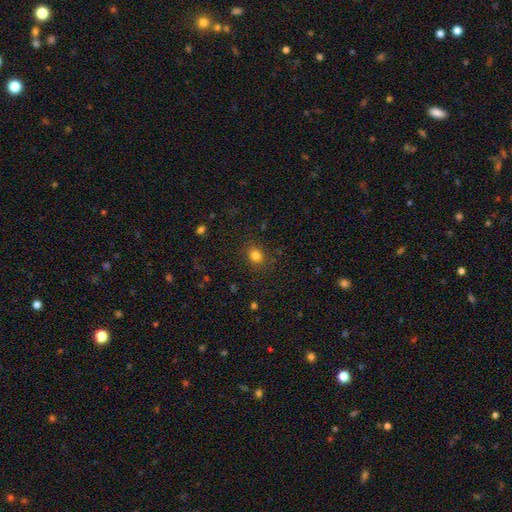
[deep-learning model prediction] smooth-or-featured: smooth: 81% | star or artifact: 13% | featured or disk: 6%
  how-rounded: round: 63% | in between: 37% | cigar-shaped: 1%
  merging: none: 86% | minor disturbance: 9% | major disturbance: 3% | merger: 1%